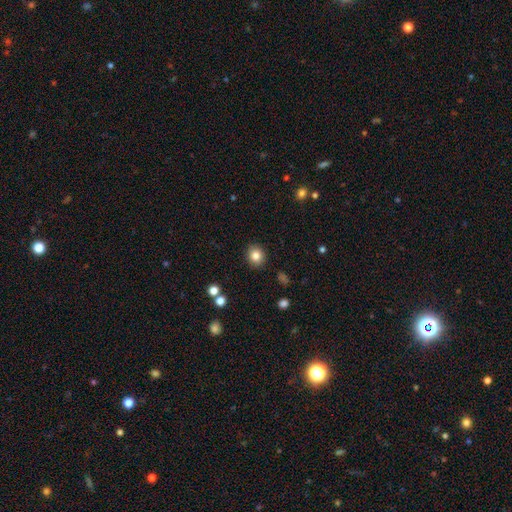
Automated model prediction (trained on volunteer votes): Smooth or featured? smooth (83%)
How rounded? round (77%)
Merging? none (90%)